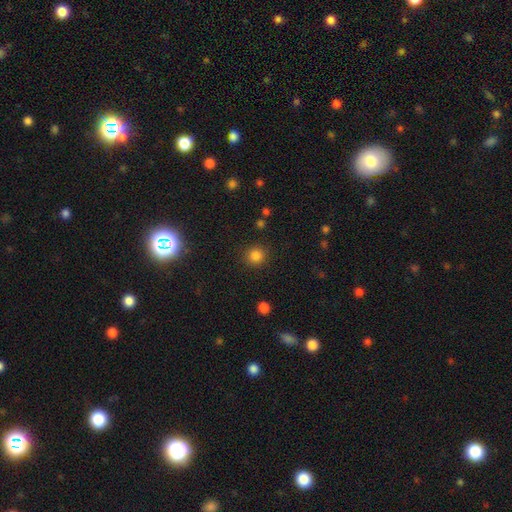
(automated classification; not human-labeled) Smooth or featured?
  - smooth: 83% *
  - star or artifact: 13%
  - featured or disk: 4%
How rounded?
  - round: 92% *
  - in between: 7%
  - cigar-shaped: 1%
Merging?
  - none: 89% *
  - minor disturbance: 7%
  - major disturbance: 3%
  - merger: 2%